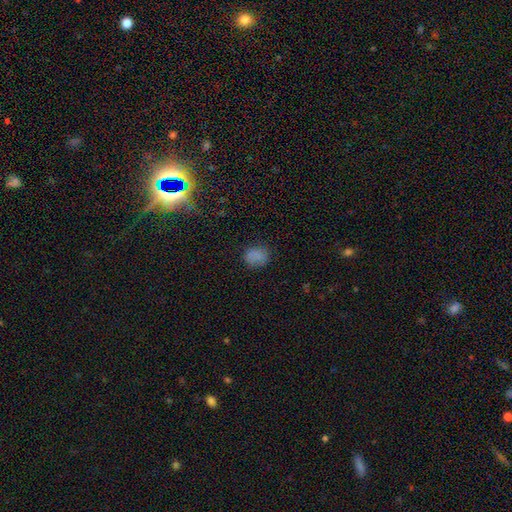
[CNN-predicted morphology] A smooth galaxy with no disk features (80%) that is round (63%).

Vote fractions:
- Smooth or featured? smooth: 80% / star or artifact: 15% / featured or disk: 5%
- How rounded? round: 63% / in between: 36% / cigar-shaped: 1%
- Merging? none: 77% / minor disturbance: 17% / major disturbance: 4% / merger: 1%